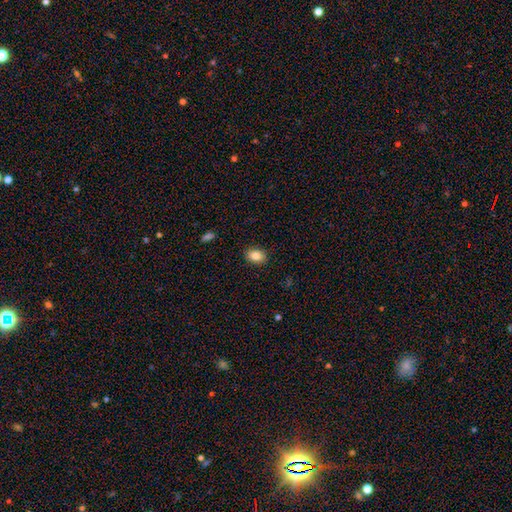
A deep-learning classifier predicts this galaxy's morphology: The model was most divided on "how rounded": in between: 73%, round: 26%, cigar-shaped: 1%. More confident: merging — none (90%); smooth or featured — smooth (84%).